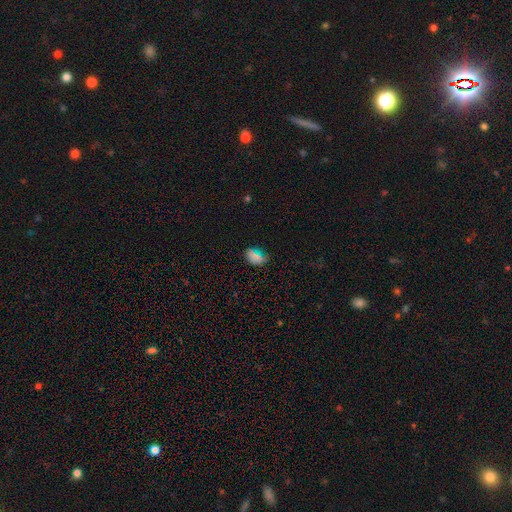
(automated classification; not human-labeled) smooth-or-featured: smooth: 67% | star or artifact: 23% | featured or disk: 9%
  how-rounded: in between: 82% | round: 15% | cigar-shaped: 3%
  merging: none: 69% | minor disturbance: 22% | major disturbance: 6% | merger: 3%